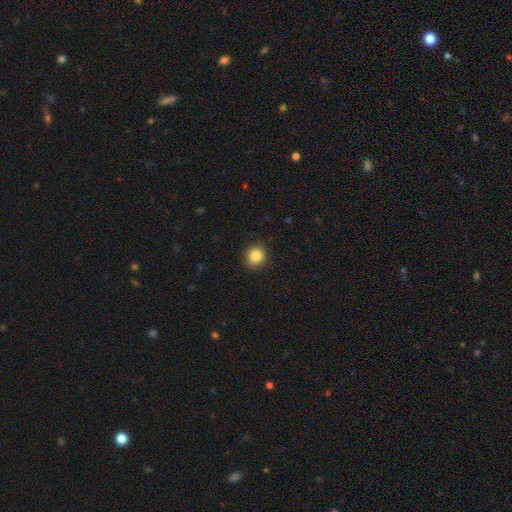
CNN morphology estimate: Smooth or featured: smooth — 86% (star or artifact — 10%)
How rounded: round — 83% (in between — 16%)
Merging: none — 88% (minor disturbance — 9%)